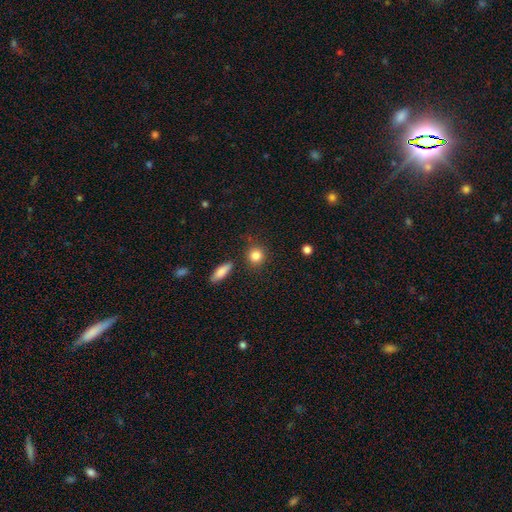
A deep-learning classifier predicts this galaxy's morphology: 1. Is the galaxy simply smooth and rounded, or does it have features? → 85% smooth, 9% star or artifact, 6% featured or disk.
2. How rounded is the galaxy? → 86% round, 13% in between, 2% cigar-shaped.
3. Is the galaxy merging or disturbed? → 83% none, 9% minor disturbance, 4% merger, 3% major disturbance.